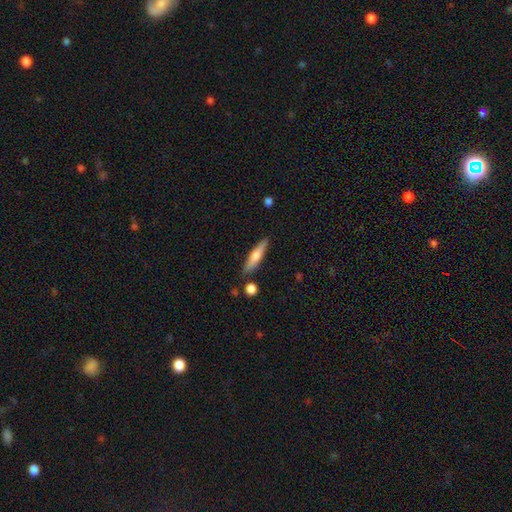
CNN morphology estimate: Smooth or featured? Predicted: smooth (p=0.58). How rounded? Predicted: cigar-shaped (p=0.82). Merging? Predicted: none (p=0.84).